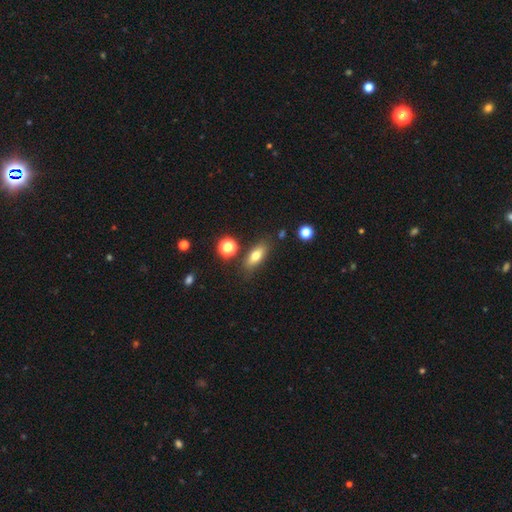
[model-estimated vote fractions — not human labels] Smooth or featured? smooth (73%)
How rounded? in between (73%)
Merging? none (79%)